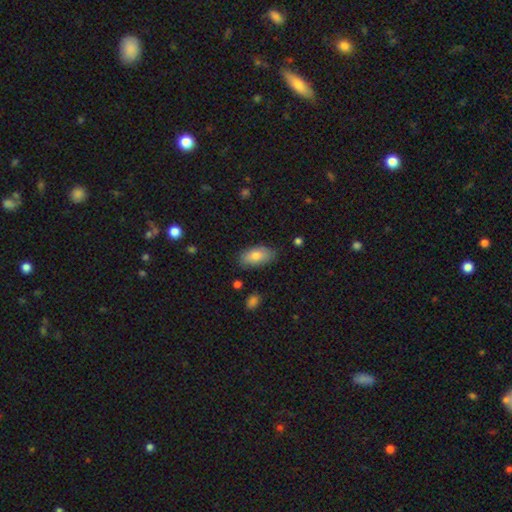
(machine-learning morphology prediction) A smooth galaxy with no disk features (78%) that is in between round and cigar-shaped (92%). Merging: none (81%).